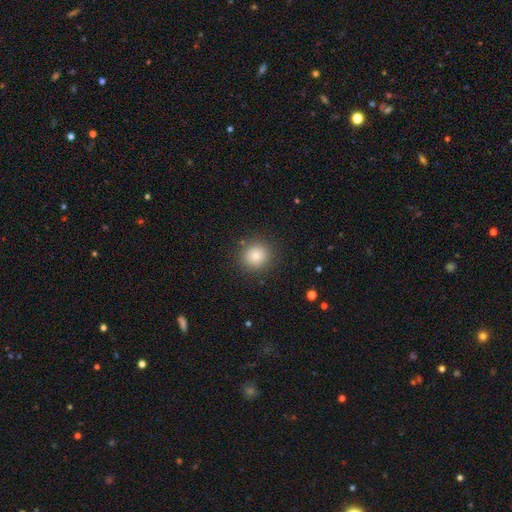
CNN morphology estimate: smooth 81%, star or artifact 12%, featured or disk 7%. Down the decision tree: how rounded — round (91%); merging — none (89%).